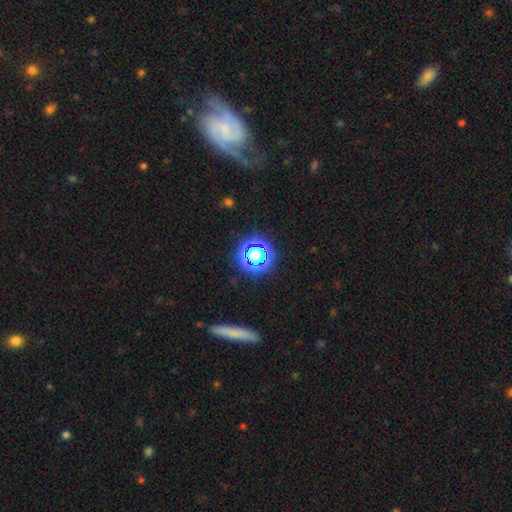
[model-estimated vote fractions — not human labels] A featured or disk galaxy (43%).

Vote fractions:
- Smooth or featured? featured or disk: 43% / smooth: 31% / star or artifact: 26%
- Merging? none: 77% / minor disturbance: 12% / major disturbance: 6% / merger: 5%